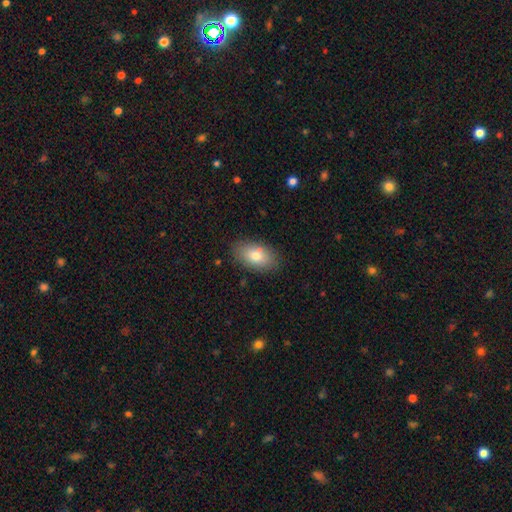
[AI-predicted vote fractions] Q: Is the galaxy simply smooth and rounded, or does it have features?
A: smooth — 78%.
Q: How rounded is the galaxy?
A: in between — 91%.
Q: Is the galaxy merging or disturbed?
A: none — 84%.